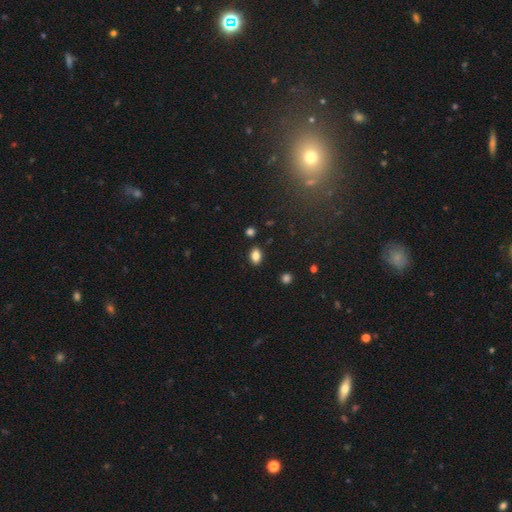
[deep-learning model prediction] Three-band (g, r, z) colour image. It shows a smooth galaxy with no disk features (84%) that is in between round and cigar-shaped (84%). Merging: none (86%).